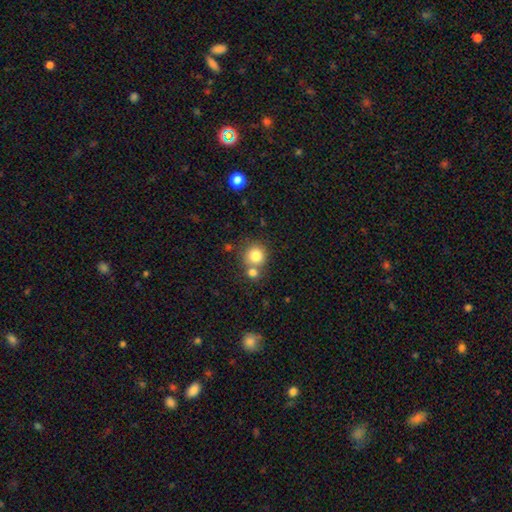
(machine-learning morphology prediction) Smooth or featured? Predicted: smooth (p=0.81). How rounded? Predicted: round (p=0.89). Merging? Predicted: none (p=0.57).